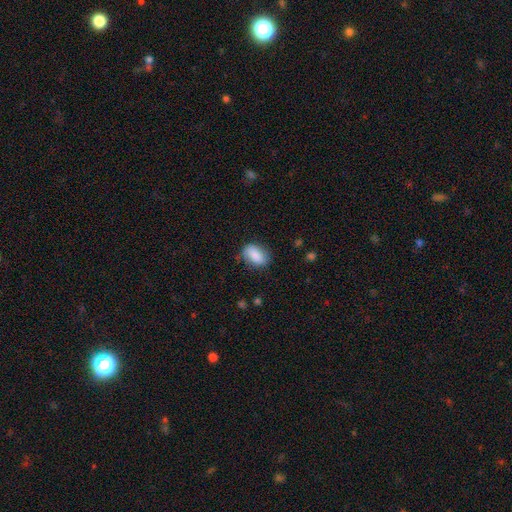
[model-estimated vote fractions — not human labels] Smooth or featured? Predicted: smooth (p=0.82). How rounded? Predicted: in between (p=0.84). Merging? Predicted: none (p=0.75).